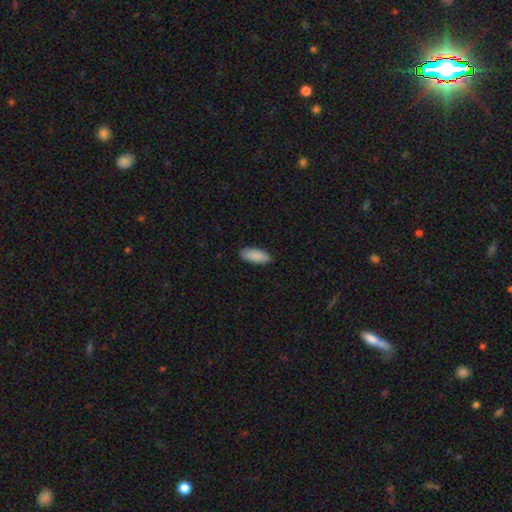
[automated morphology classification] smooth 90%, star or artifact 6%, featured or disk 5%. Down the decision tree: how rounded — in between (86%); merging — none (89%).